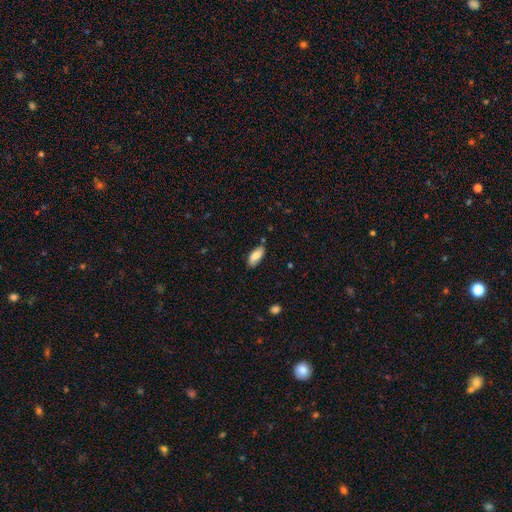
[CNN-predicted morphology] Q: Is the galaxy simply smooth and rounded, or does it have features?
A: smooth — 79%.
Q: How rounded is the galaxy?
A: in between — 86%.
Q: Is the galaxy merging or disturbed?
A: none — 77%.